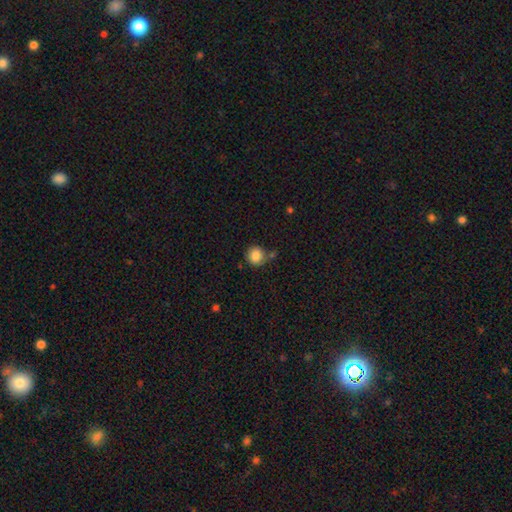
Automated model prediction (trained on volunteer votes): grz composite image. It shows a smooth galaxy with no disk features (86%) that is round (85%). Merging: none (67%).